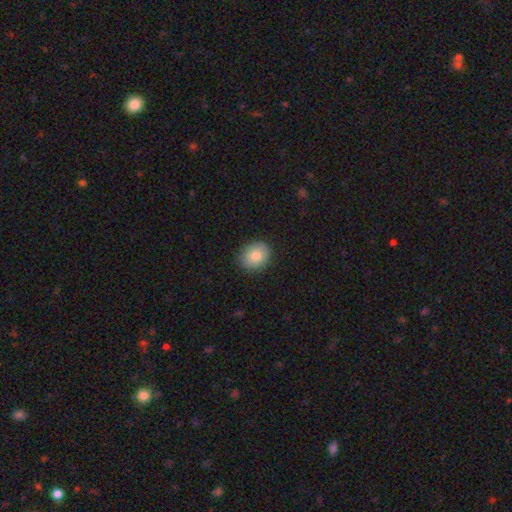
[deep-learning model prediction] Morphology: type=smooth (81%); roundness=round (63%); merging=none (87%).